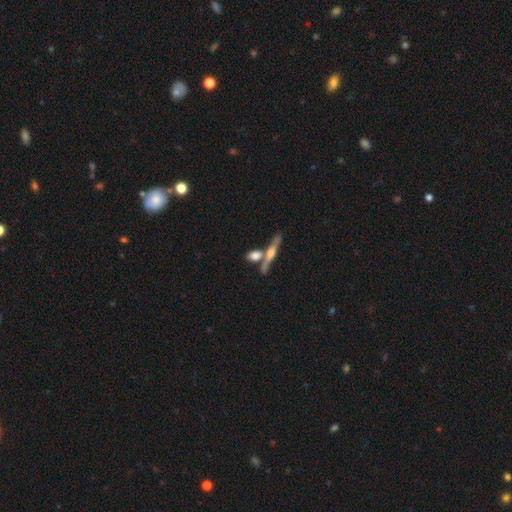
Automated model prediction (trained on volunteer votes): smooth_or_featured: smooth (p=0.57) [alt: featured or disk p=0.34]
how_rounded: in between (p=0.46) [alt: cigar-shaped p=0.30]
merging: none (p=0.55) [alt: merger p=0.30]